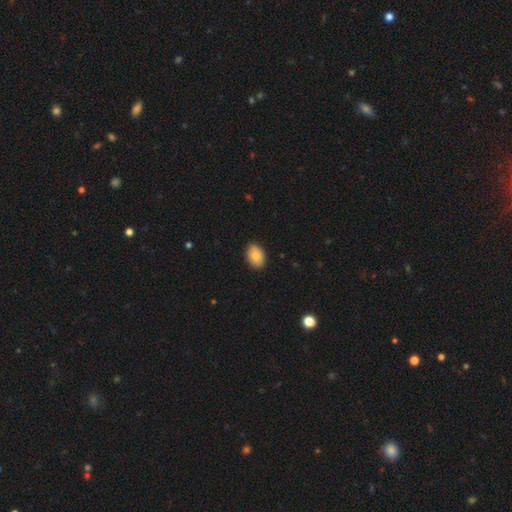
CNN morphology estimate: smooth-or-featured: smooth: 86% | featured or disk: 7% | star or artifact: 7%
  how-rounded: in between: 86% | round: 13% | cigar-shaped: 1%
  merging: none: 90% | minor disturbance: 8% | major disturbance: 2% | merger: 1%